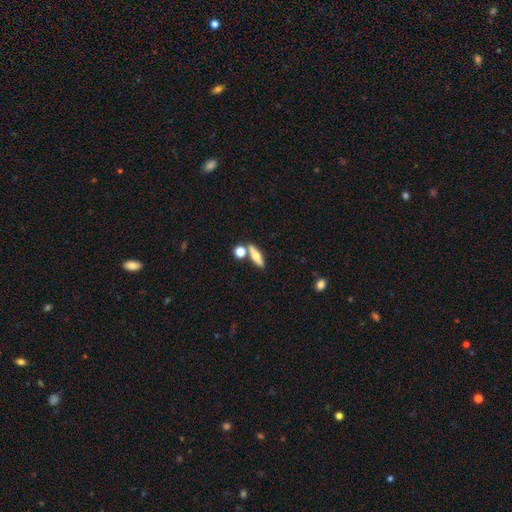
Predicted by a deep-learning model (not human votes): Overall: smooth (56%; featured or disk 36%). How rounded: cigar-shaped (47%; in between 42%). Merging: none (69%).